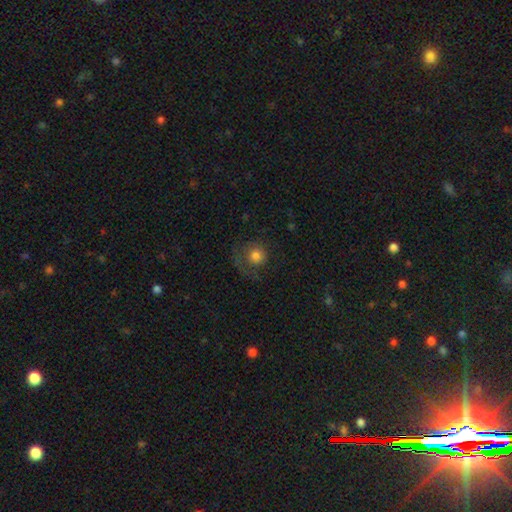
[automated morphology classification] smooth_or_featured: smooth (p=0.72) [alt: featured or disk p=0.18]
how_rounded: round (p=0.89) [alt: in between p=0.10]
merging: none (p=0.54) [alt: major disturbance p=0.25]